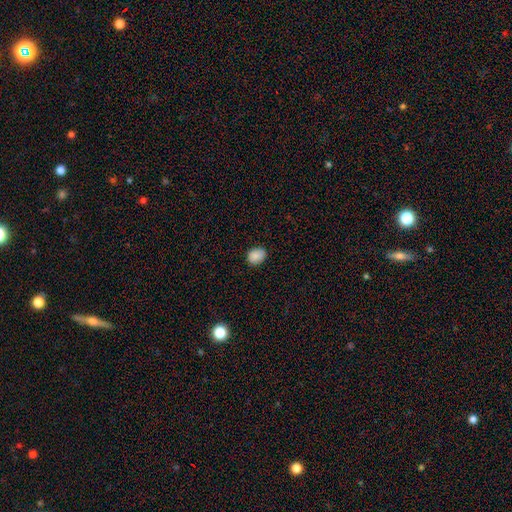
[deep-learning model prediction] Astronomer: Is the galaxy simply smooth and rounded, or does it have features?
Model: smooth — 88%.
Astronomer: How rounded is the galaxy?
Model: in between — 52% (runner-up: round, 47%).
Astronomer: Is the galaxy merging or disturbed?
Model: none — 82%.